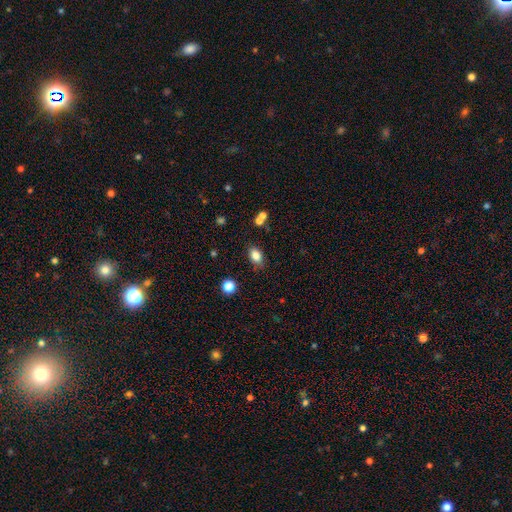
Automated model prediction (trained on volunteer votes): smooth-or-featured: smooth: 83% | star or artifact: 10% | featured or disk: 7%
  how-rounded: in between: 81% | round: 17% | cigar-shaped: 2%
  merging: none: 81% | minor disturbance: 13% | merger: 4% | major disturbance: 3%